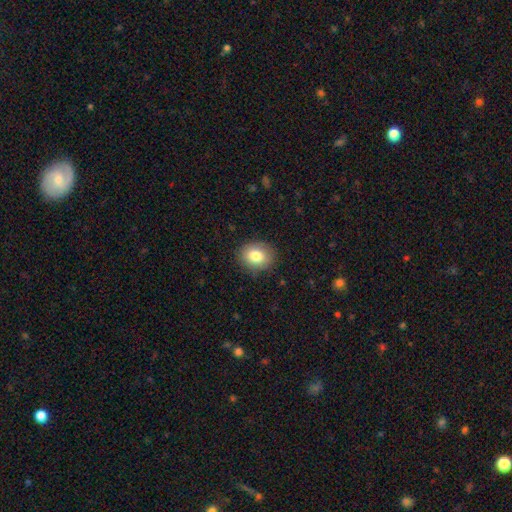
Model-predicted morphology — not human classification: A smooth galaxy with no disk features (81%) that is round (57%). Merging: none (86%).